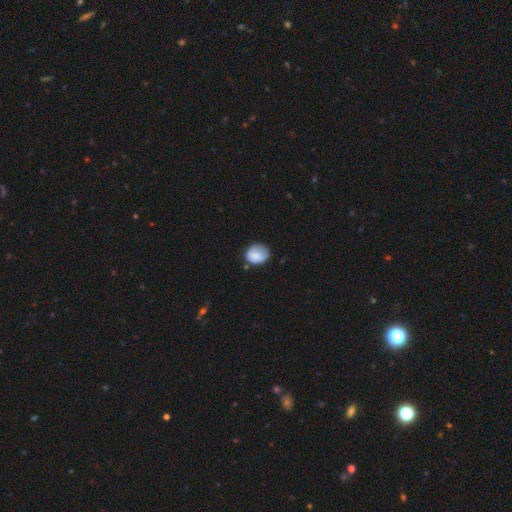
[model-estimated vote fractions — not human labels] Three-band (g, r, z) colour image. It shows a smooth galaxy with no disk features (80%) that is round (60%). Merging: none (61%).